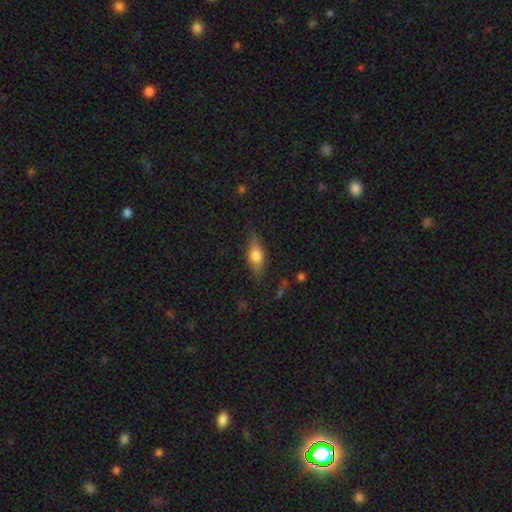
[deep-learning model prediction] smooth-or-featured: smooth: 56% | featured or disk: 36% | star or artifact: 8%
  how-rounded: in between: 71% | cigar-shaped: 22% | round: 7%
  merging: none: 78% | minor disturbance: 17% | major disturbance: 4% | merger: 1%